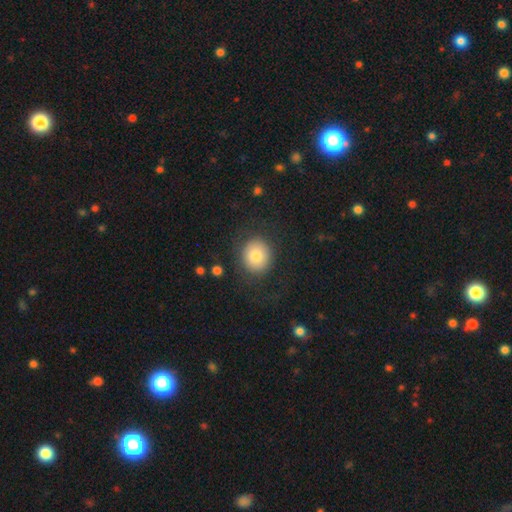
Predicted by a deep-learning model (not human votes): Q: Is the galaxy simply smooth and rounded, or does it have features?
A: smooth — 80%.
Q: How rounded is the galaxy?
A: round — 79%.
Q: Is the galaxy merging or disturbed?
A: none — 83%.